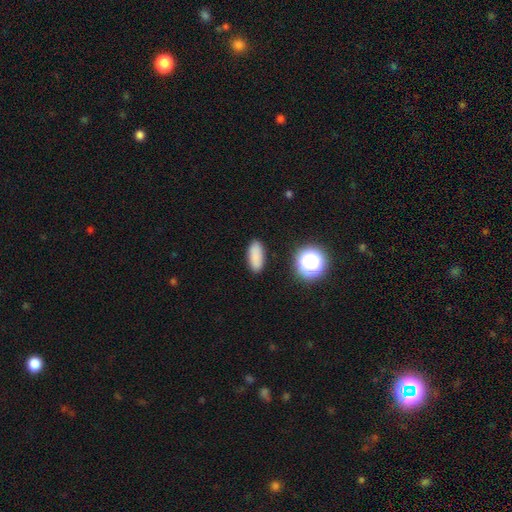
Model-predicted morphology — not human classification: Smooth or featured: smooth — 83% (star or artifact — 11%)
How rounded: in between — 81% (cigar-shaped — 14%)
Merging: none — 87% (minor disturbance — 9%)